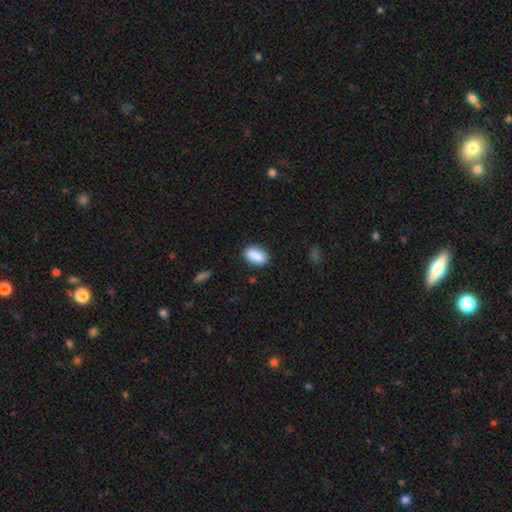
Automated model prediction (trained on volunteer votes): smooth_or_featured: smooth (p=0.89) [alt: star or artifact p=0.07]
how_rounded: in between (p=0.90) [alt: cigar-shaped p=0.05]
merging: none (p=0.85) [alt: minor disturbance p=0.10]